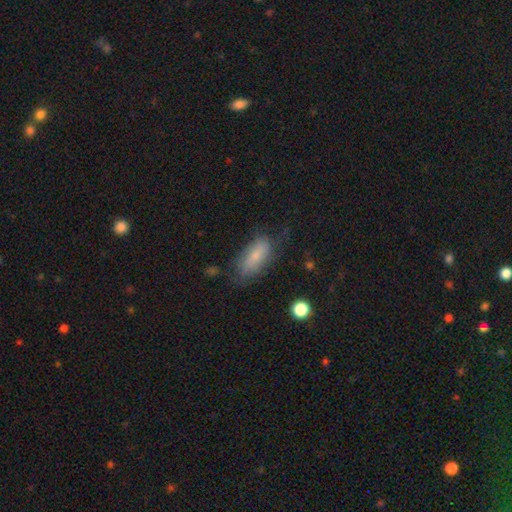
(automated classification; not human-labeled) Smooth or featured? Predicted: smooth (p=0.72). How rounded? Predicted: in between (p=0.81). Merging? Predicted: none (p=0.60).